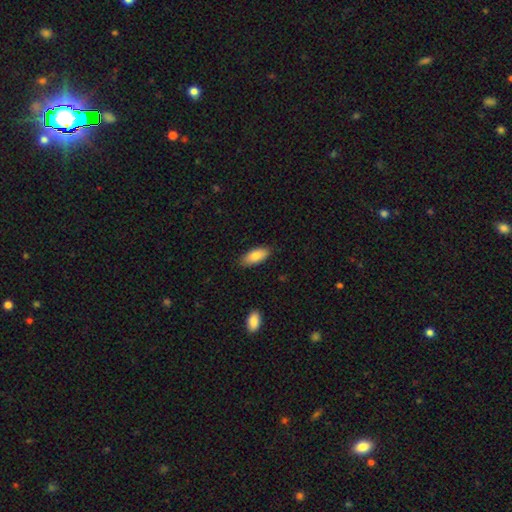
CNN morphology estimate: This is clearly a smooth galaxy (86%). How rounded: clearly in between (84%). Merging: clearly none (84%).